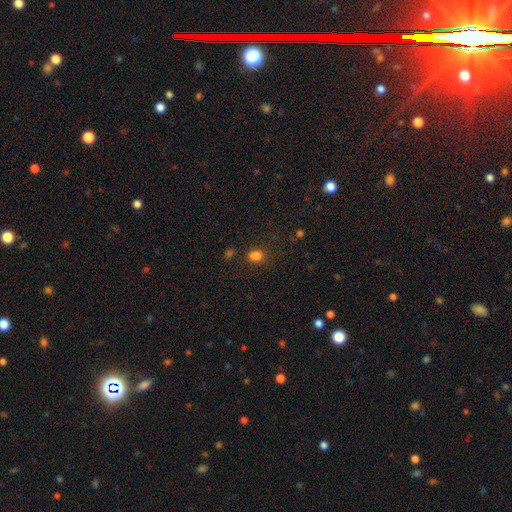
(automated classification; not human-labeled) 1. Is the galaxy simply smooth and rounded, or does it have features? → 76% smooth, 18% star or artifact, 6% featured or disk.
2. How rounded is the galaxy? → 54% in between, 44% round, 1% cigar-shaped.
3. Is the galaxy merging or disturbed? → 61% none, 16% minor disturbance, 16% merger, 6% major disturbance.